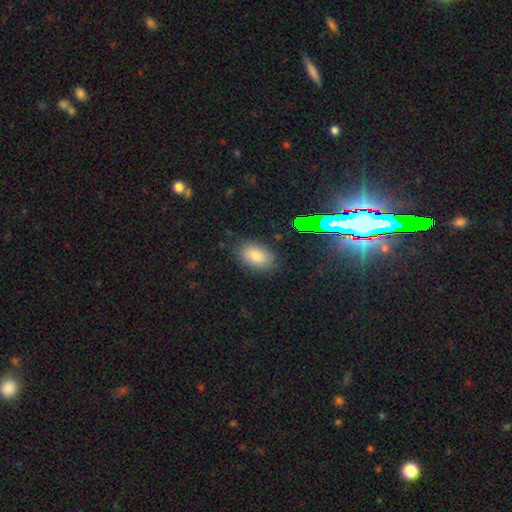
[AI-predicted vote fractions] This is likely a smooth galaxy (75%). How rounded: clearly in between (86%). Merging: clearly none (83%).